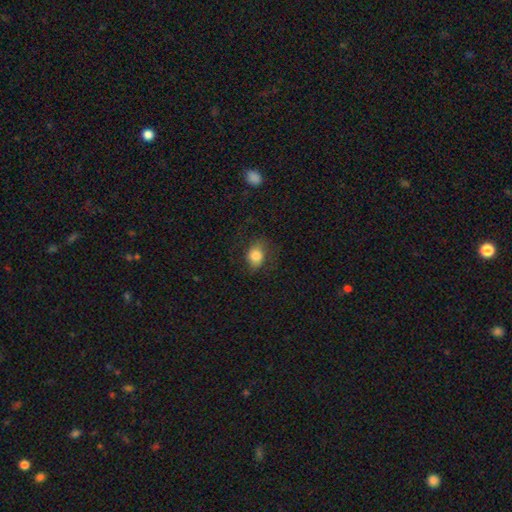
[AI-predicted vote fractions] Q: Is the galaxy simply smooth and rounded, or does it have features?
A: smooth — 79%.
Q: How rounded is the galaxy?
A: in between — 55%.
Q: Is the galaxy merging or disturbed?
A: none — 66%.